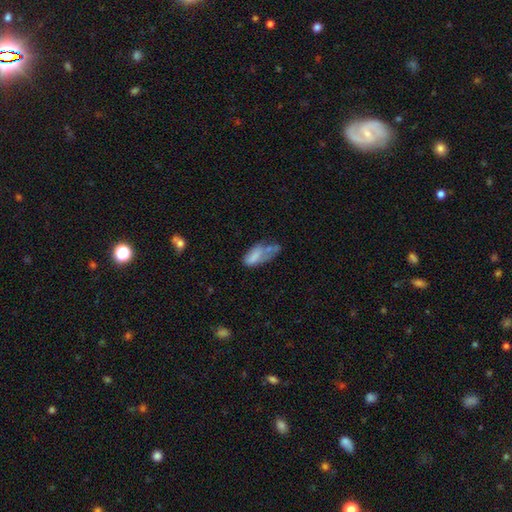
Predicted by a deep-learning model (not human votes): This is likely a smooth galaxy (66%). How rounded: clearly in between (85%). Merging: marginally major disturbance (31%).